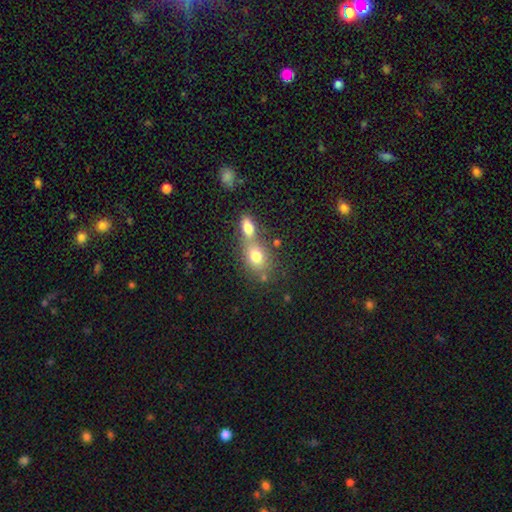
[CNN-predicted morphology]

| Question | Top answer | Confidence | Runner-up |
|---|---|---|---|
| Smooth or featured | smooth | 75% | featured or disk (14%) |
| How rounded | in between | 66% | round (32%) |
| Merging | merger | 50% | none (37%) |